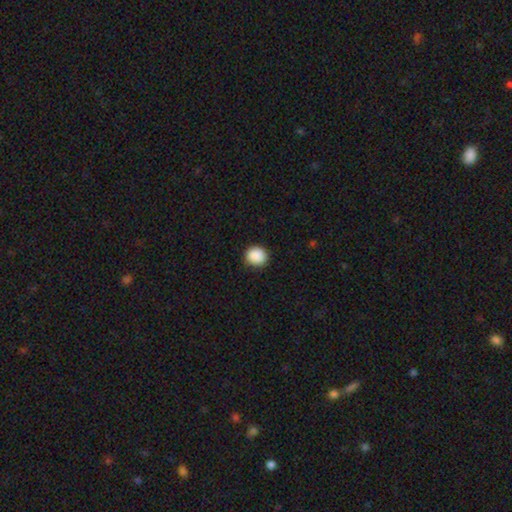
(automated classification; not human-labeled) Overall: smooth (90%). How rounded: round (80%). Merging: none (88%).